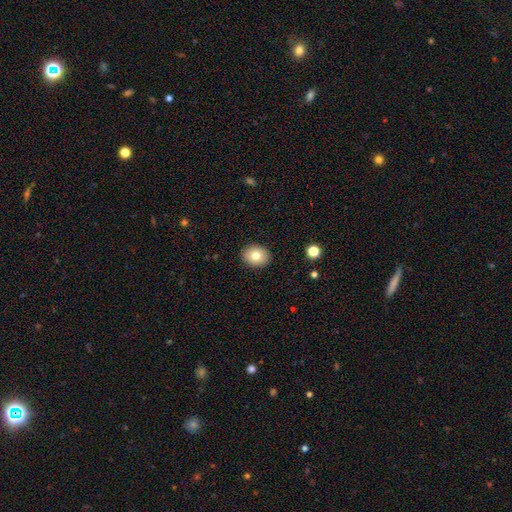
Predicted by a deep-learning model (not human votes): Smooth or featured? smooth (79%)
How rounded? round (50%)
Merging? none (90%)